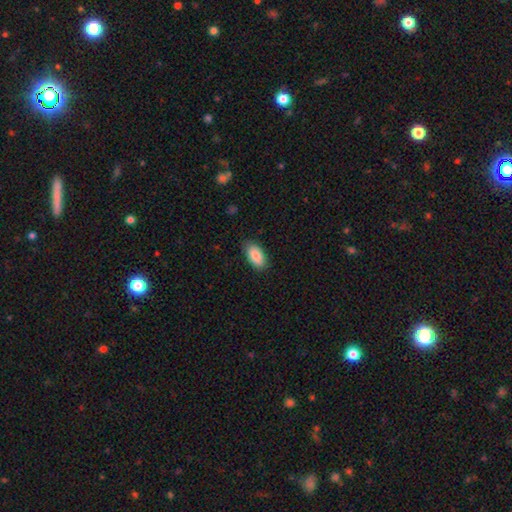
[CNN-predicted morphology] Smooth or featured: smooth — 88% (star or artifact — 6%)
How rounded: in between — 94% (cigar-shaped — 4%)
Merging: none — 85% (minor disturbance — 12%)